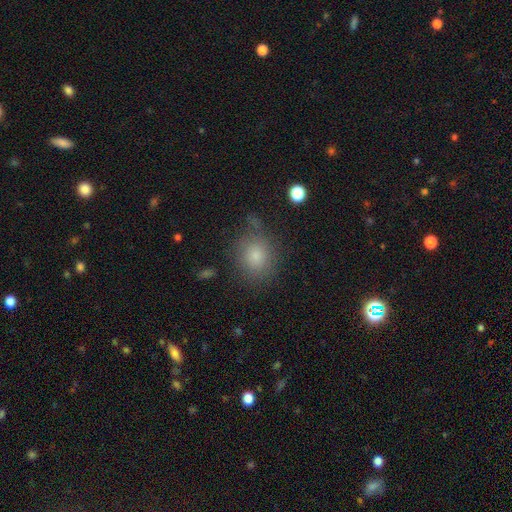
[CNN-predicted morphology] Overall: smooth (79%). How rounded: round (72%). Merging: none (68%).